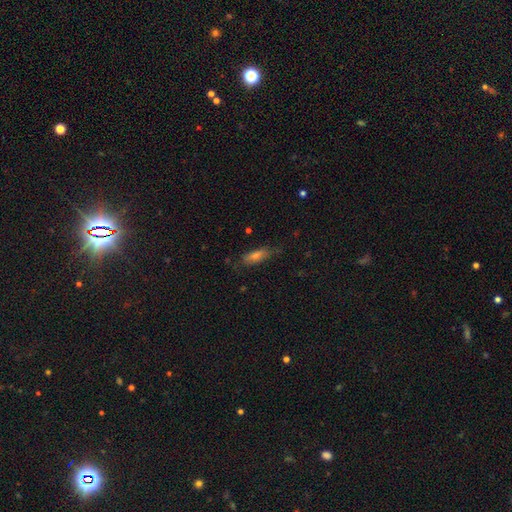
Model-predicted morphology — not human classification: Smooth or featured?
  - smooth: 53% *
  - featured or disk: 34%
  - star or artifact: 13%
How rounded?
  - cigar-shaped: 52% *
  - in between: 45%
  - round: 3%
Merging?
  - none: 72% *
  - minor disturbance: 20%
  - major disturbance: 6%
  - merger: 2%